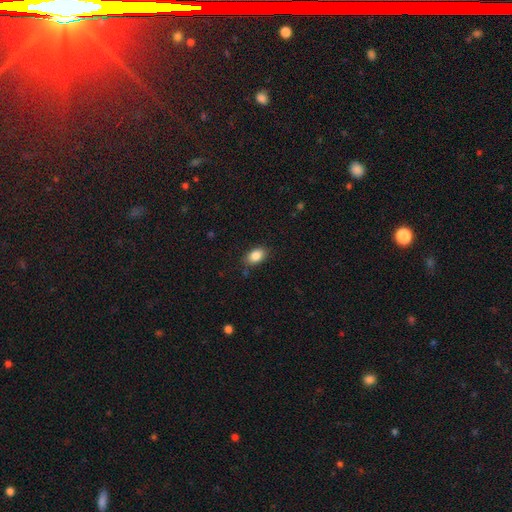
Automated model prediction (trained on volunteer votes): Overall: smooth (86%). How rounded: in between (86%). Merging: none (84%).